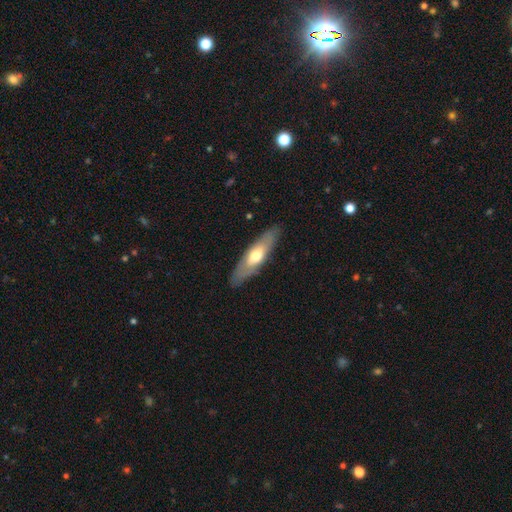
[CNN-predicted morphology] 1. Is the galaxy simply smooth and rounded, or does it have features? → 53% smooth, 42% featured or disk, 5% star or artifact.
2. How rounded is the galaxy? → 59% cigar-shaped, 39% in between, 2% round.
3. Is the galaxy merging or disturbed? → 85% none, 11% minor disturbance, 3% major disturbance, 1% merger.